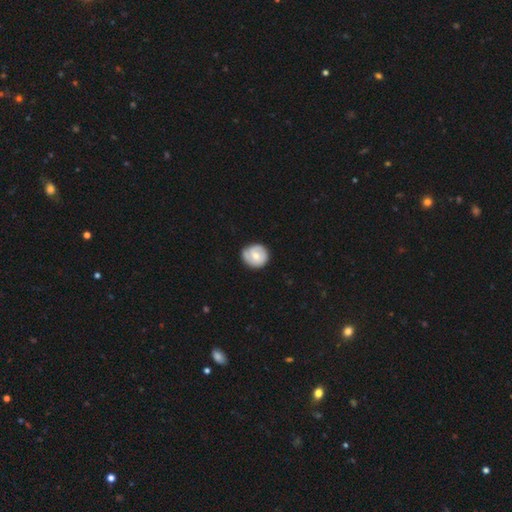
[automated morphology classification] Smooth or featured: smooth — 48% (featured or disk — 46%)
Merging: none — 71% (minor disturbance — 22%)